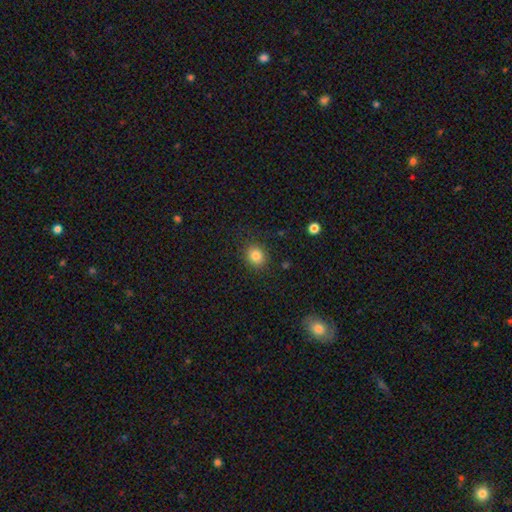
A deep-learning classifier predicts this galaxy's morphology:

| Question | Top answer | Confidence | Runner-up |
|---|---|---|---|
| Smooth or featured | smooth | 84% | star or artifact (11%) |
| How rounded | round | 69% | in between (30%) |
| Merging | none | 86% | minor disturbance (9%) |